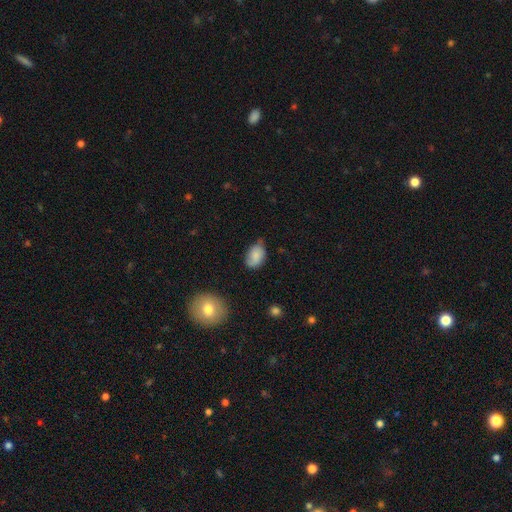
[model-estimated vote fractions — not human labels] Smooth or featured?
  - smooth: 80% *
  - featured or disk: 12%
  - star or artifact: 8%
How rounded?
  - in between: 86% *
  - round: 13%
  - cigar-shaped: 1%
Merging?
  - none: 55% *
  - minor disturbance: 36%
  - major disturbance: 6%
  - merger: 2%